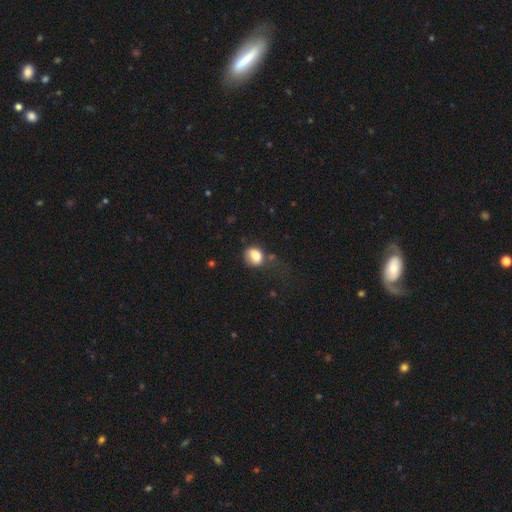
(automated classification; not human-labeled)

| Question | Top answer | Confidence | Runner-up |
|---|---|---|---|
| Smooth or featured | smooth | 80% | featured or disk (11%) |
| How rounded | in between | 54% | round (45%) |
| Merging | none | 47% | minor disturbance (29%) |